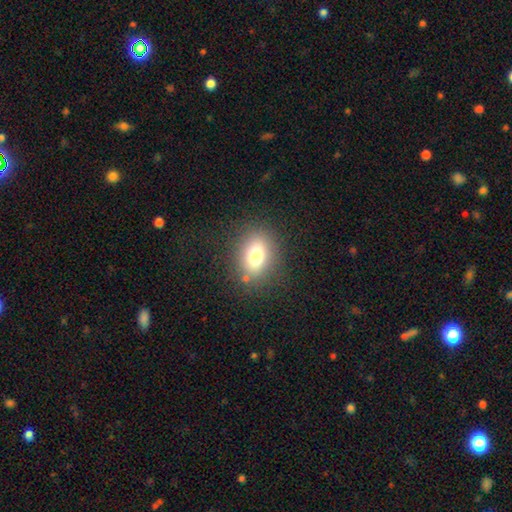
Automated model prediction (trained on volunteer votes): Smooth or featured? Predicted: smooth (p=0.75). How rounded? Predicted: in between (p=0.62). Merging? Predicted: none (p=0.82).